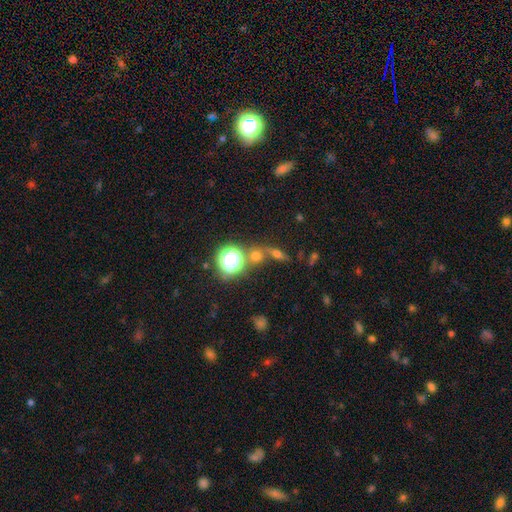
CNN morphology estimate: A smooth galaxy with no disk features (44%).

Vote fractions:
- Smooth or featured? smooth: 44% / star or artifact: 40% / featured or disk: 16%
- Merging? none: 53% / merger: 31% / minor disturbance: 9% / major disturbance: 6%